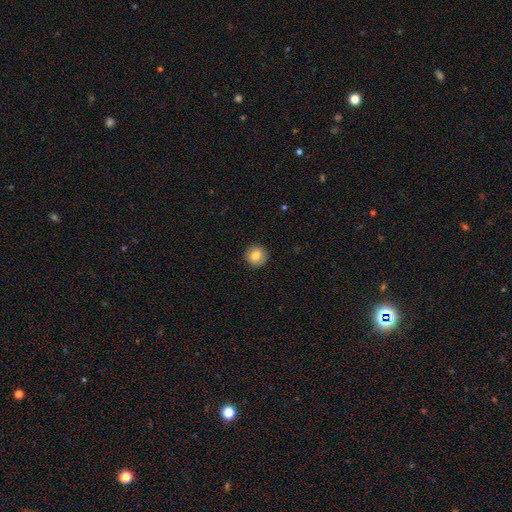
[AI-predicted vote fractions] smooth 83%, star or artifact 8%, featured or disk 8%. Down the decision tree: how rounded — round (93%); merging — none (91%).